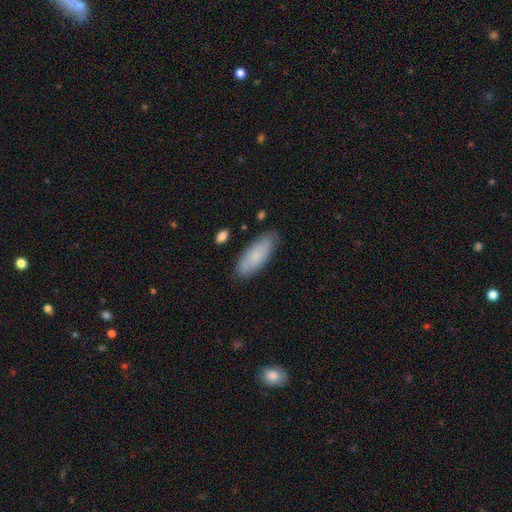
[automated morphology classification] Smooth or featured? Predicted: smooth (p=0.72). How rounded? Predicted: in between (p=0.76). Merging? Predicted: none (p=0.80).